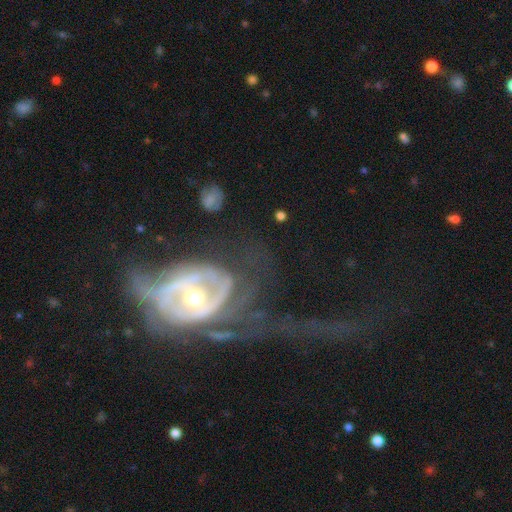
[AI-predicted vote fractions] Q: Smooth or featured?
A: featured or disk (79%); runner-up: smooth (13%)
Q: Edge-on disk?
A: no (94%); runner-up: yes (6%)
Q: Bar?
A: no (62%); runner-up: weak (24%)
Q: Spiral arms?
A: yes (61%); runner-up: no (39%)
Q: Bulge size?
A: moderate (62%); runner-up: small (32%)
Q: Merging?
A: major disturbance (59%); runner-up: none (22%)